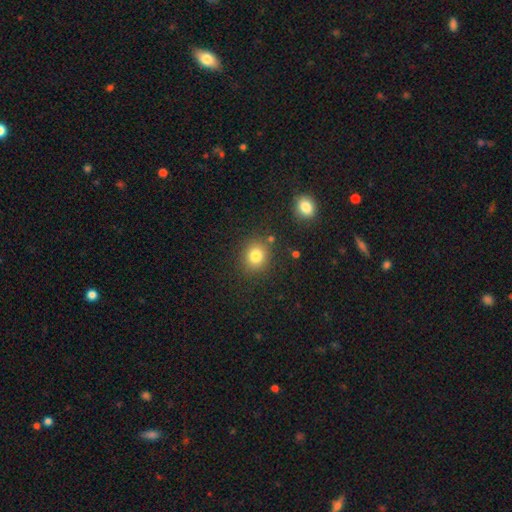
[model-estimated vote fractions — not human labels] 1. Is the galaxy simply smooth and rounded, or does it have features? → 81% smooth, 12% star or artifact, 7% featured or disk.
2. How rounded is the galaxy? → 78% round, 22% in between, 1% cigar-shaped.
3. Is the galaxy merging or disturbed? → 83% none, 9% minor disturbance, 5% merger, 3% major disturbance.